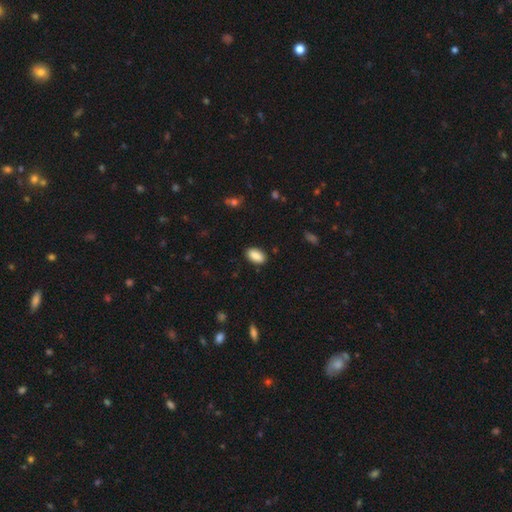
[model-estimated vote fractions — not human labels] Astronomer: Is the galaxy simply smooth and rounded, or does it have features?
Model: smooth — 89%.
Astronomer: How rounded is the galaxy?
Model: in between — 93%.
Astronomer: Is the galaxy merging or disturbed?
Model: none — 88%.